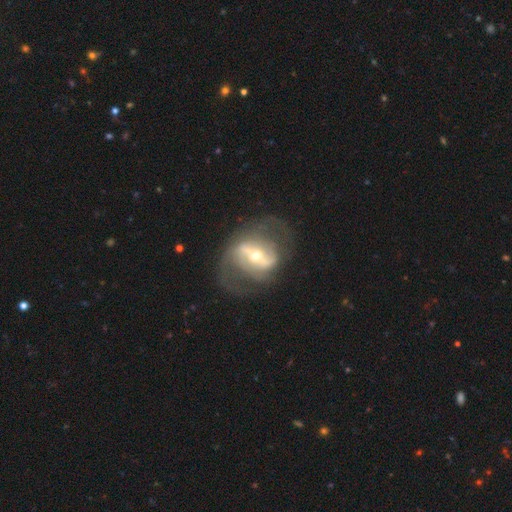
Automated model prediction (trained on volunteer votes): Overall: featured or disk (83%). Edge-on disk: no (95%). Bar: strong (58%; weak 28%). Spiral arms: yes (81%). Spiral arm count: 2 (79%). Spiral winding: medium (44%; loose 38%). Bulge size: small (54%; moderate 41%). Merging: none (63%).